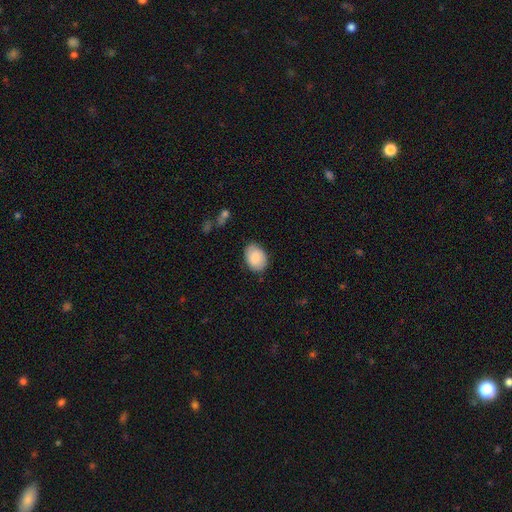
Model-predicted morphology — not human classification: Smooth or featured? smooth (84%)
How rounded? in between (77%)
Merging? none (80%)